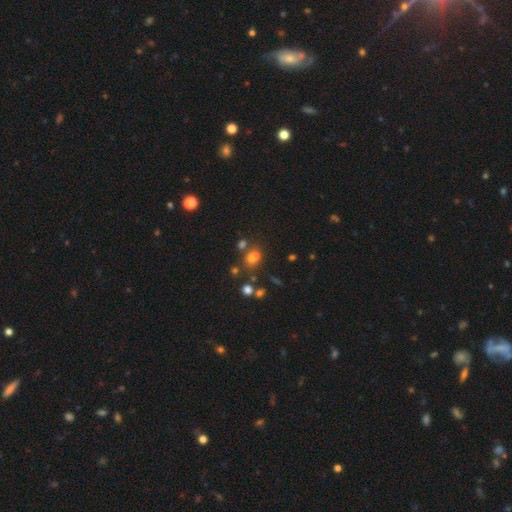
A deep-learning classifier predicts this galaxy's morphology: Q: Smooth or featured?
A: smooth (61%); runner-up: star or artifact (26%)
Q: How rounded?
A: round (54%); runner-up: in between (44%)
Q: Merging?
A: none (47%); runner-up: merger (36%)